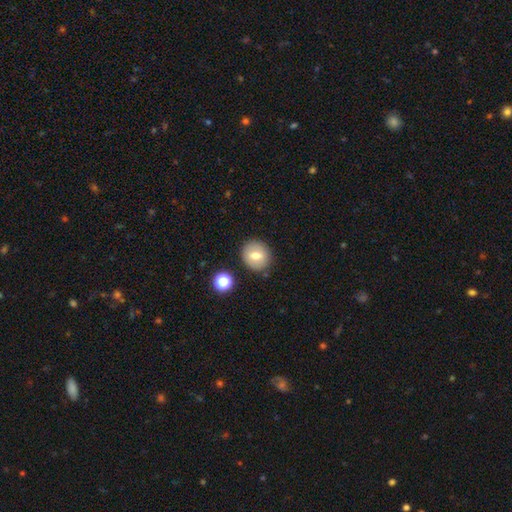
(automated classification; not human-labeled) A smooth galaxy with no disk features (69%) that is round (81%).

Vote fractions:
- Smooth or featured? smooth: 69% / featured or disk: 21% / star or artifact: 10%
- How rounded? round: 81% / in between: 18% / cigar-shaped: 1%
- Merging? none: 84% / minor disturbance: 10% / merger: 4% / major disturbance: 3%